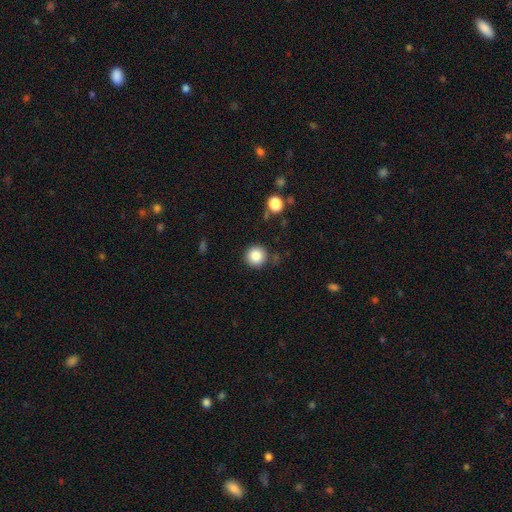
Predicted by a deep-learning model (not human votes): Smooth or featured?
  - smooth: 85% *
  - star or artifact: 10%
  - featured or disk: 5%
How rounded?
  - round: 94% *
  - in between: 5%
  - cigar-shaped: 1%
Merging?
  - none: 85% *
  - minor disturbance: 9%
  - major disturbance: 3%
  - merger: 3%